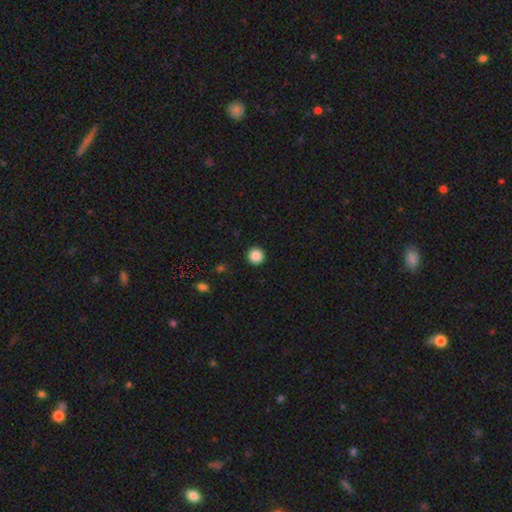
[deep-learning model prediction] A smooth galaxy with no disk features (87%) that is round (96%).

Vote fractions:
- Smooth or featured? smooth: 87% / star or artifact: 10% / featured or disk: 3%
- How rounded? round: 96% / in between: 3% / cigar-shaped: 1%
- Merging? none: 93% / minor disturbance: 4% / major disturbance: 2% / merger: 1%